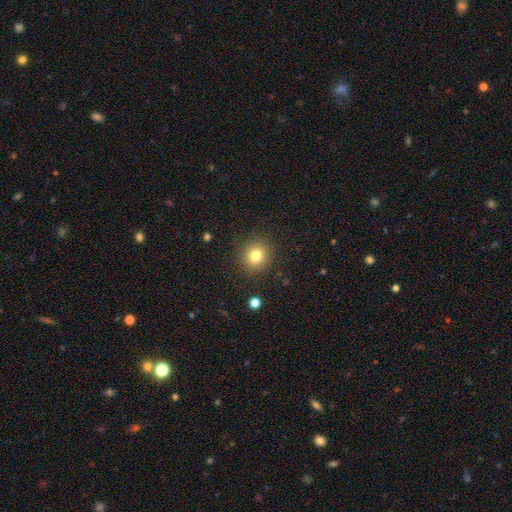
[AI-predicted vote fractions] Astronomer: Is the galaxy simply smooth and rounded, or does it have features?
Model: smooth — 79%.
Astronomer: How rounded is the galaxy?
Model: round — 90%.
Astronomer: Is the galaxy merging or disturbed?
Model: none — 89%.